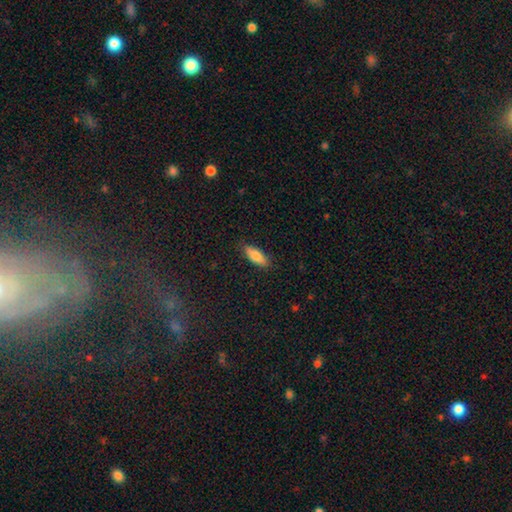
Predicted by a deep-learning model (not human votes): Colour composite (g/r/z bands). It shows a smooth galaxy with no disk features (81%) that is in between round and cigar-shaped (73%). Merging: none (85%).